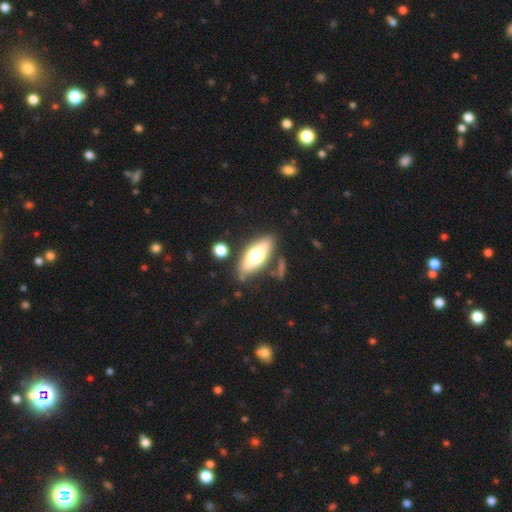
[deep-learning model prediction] Q: Smooth or featured?
A: smooth (55%); runner-up: featured or disk (38%)
Q: How rounded?
A: in between (65%); runner-up: cigar-shaped (32%)
Q: Merging?
A: none (76%); runner-up: minor disturbance (14%)